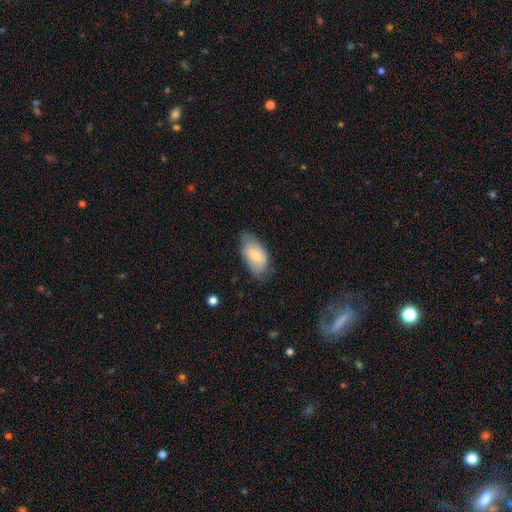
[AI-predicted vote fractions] Smooth or featured? Predicted: smooth (p=0.75). How rounded? Predicted: in between (p=0.94). Merging? Predicted: none (p=0.65).